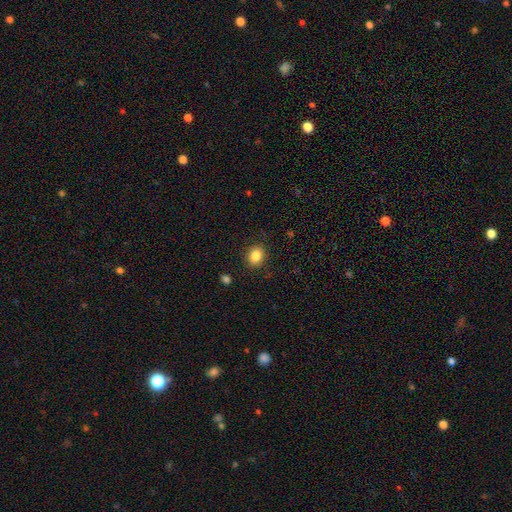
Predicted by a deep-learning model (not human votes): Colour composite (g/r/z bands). It shows a smooth galaxy with no disk features (85%) that is round (61%). Merging: none (89%).